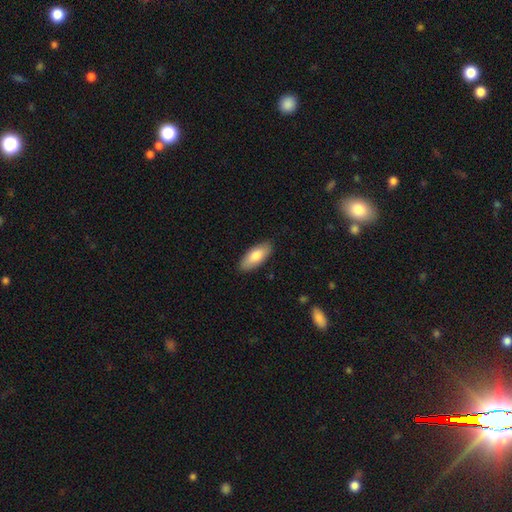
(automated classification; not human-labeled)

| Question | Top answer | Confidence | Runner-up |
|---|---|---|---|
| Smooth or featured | smooth | 78% | featured or disk (16%) |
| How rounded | in between | 85% | cigar-shaped (13%) |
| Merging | none | 88% | minor disturbance (9%) |